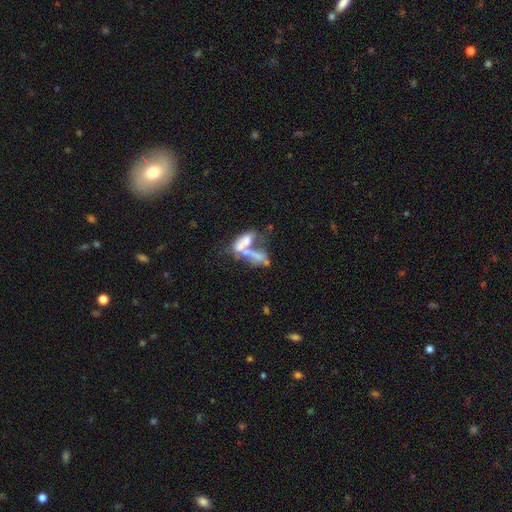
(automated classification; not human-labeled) A smooth galaxy with no disk features (47%). Merging: merger (68%).